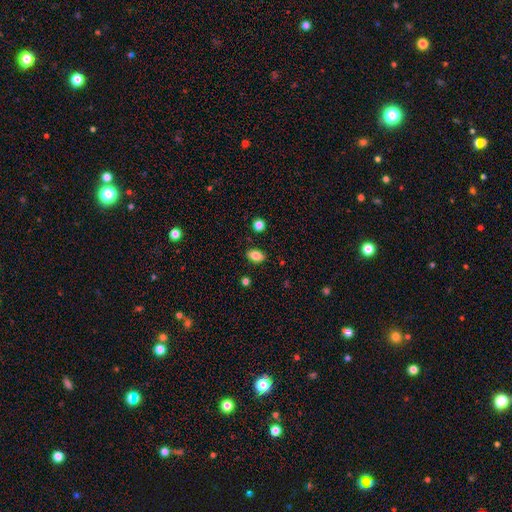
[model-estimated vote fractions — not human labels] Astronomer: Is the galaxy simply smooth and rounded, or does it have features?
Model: smooth — 83%.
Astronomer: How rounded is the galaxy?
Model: in between — 87%.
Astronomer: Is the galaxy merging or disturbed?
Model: none — 87%.